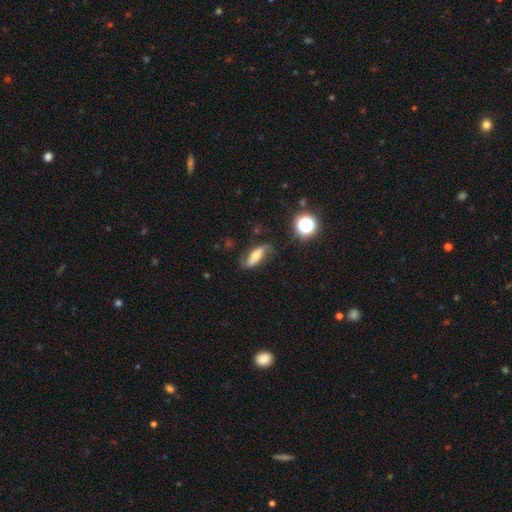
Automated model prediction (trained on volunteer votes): A featured or disk galaxy (56%). Merging: none (64%).